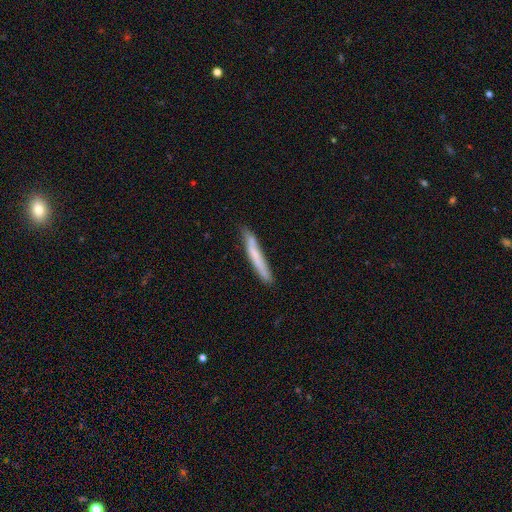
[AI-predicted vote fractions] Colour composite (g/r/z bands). It shows a smooth galaxy with no disk features (60%) that is cigar-shaped (96%). Merging: none (79%).